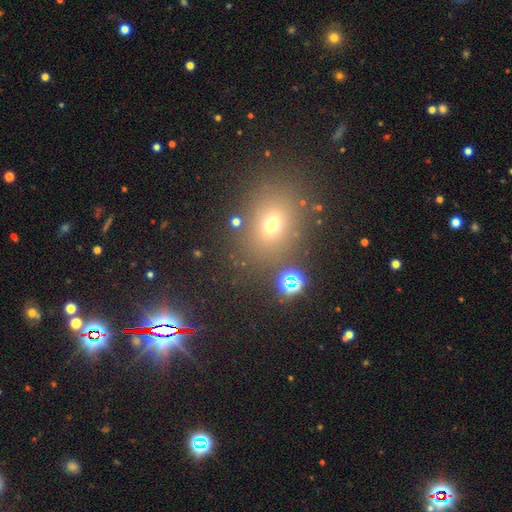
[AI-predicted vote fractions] Overall: smooth (45%; star or artifact 43%). Merging: none (82%).